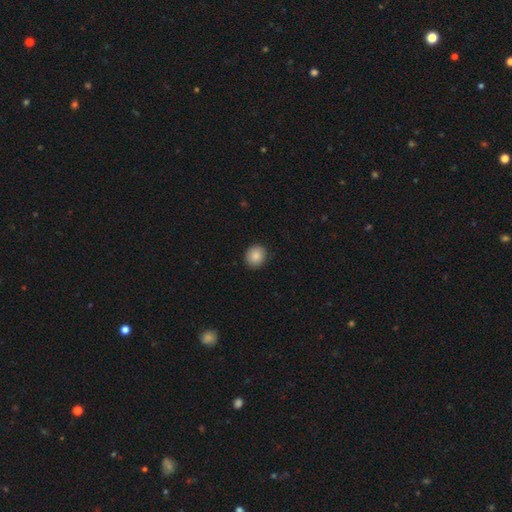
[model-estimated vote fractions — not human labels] Smooth or featured?
  - smooth: 87% *
  - star or artifact: 8%
  - featured or disk: 4%
How rounded?
  - round: 79% *
  - in between: 20%
  - cigar-shaped: 1%
Merging?
  - none: 91% *
  - minor disturbance: 6%
  - major disturbance: 2%
  - merger: 1%